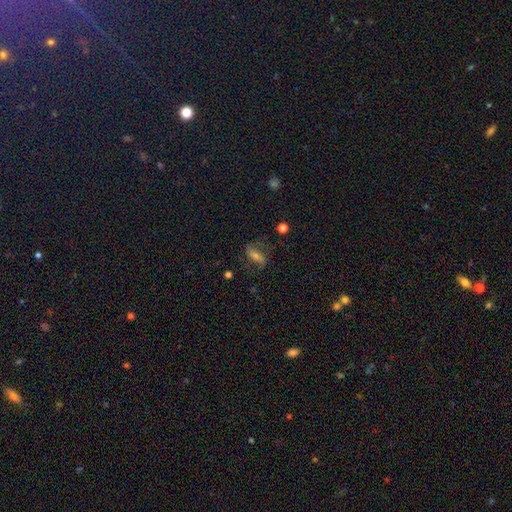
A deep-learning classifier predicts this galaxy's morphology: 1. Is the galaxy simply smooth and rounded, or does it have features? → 47% featured or disk, 36% smooth, 17% star or artifact.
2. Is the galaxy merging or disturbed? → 70% none, 17% minor disturbance, 11% major disturbance, 2% merger.